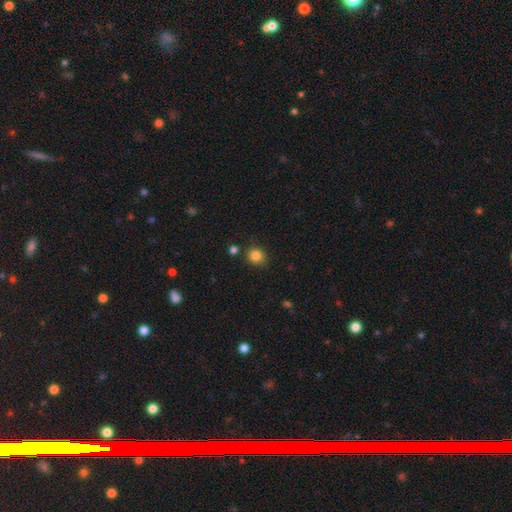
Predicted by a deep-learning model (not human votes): smooth 84%, star or artifact 12%, featured or disk 4%. Down the decision tree: how rounded — round (85%); merging — none (83%).